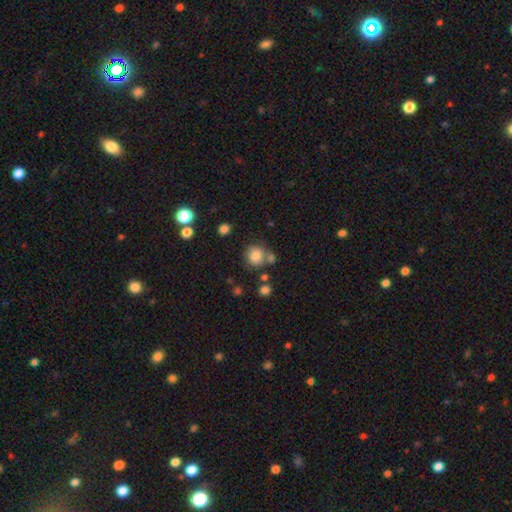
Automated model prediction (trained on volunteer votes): Smooth or featured?
  - smooth: 83% *
  - star or artifact: 11%
  - featured or disk: 7%
How rounded?
  - round: 84% *
  - in between: 15%
  - cigar-shaped: 1%
Merging?
  - none: 64% *
  - merger: 18%
  - minor disturbance: 13%
  - major disturbance: 5%